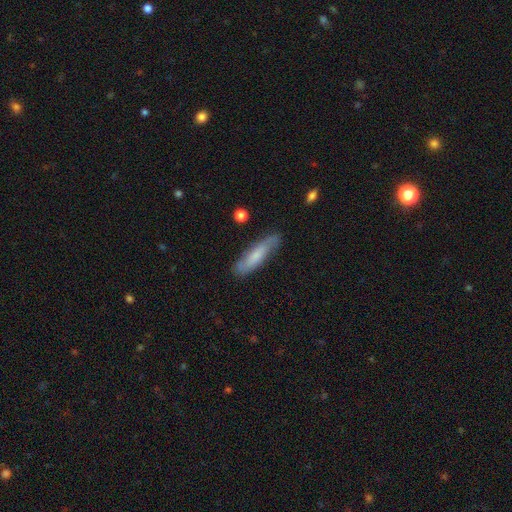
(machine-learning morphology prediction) type=smooth (57%); roundness=cigar-shaped (70%); merging=none (78%).